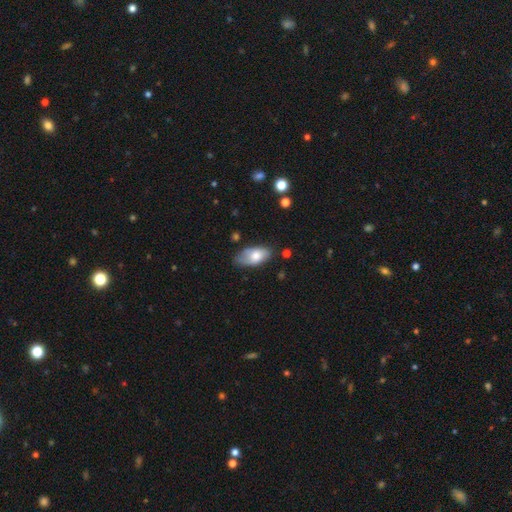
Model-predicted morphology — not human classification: Overall: smooth (71%). How rounded: in between (93%). Merging: none (61%; minor disturbance 29%).